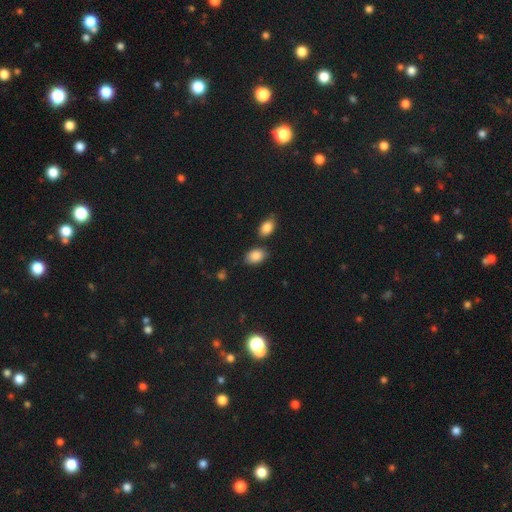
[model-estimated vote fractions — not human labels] Morphology: type=smooth (87%); roundness=in between (86%); merging=none (73%).